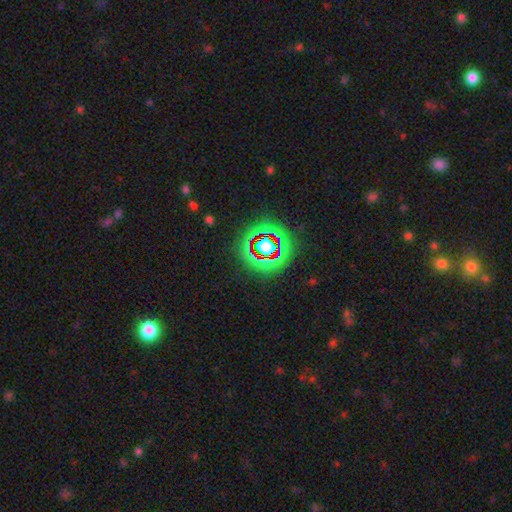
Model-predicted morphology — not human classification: A star or artifact, not a galaxy (77%).

Vote fractions:
- Smooth or featured? star or artifact: 77% / smooth: 13% / featured or disk: 9%